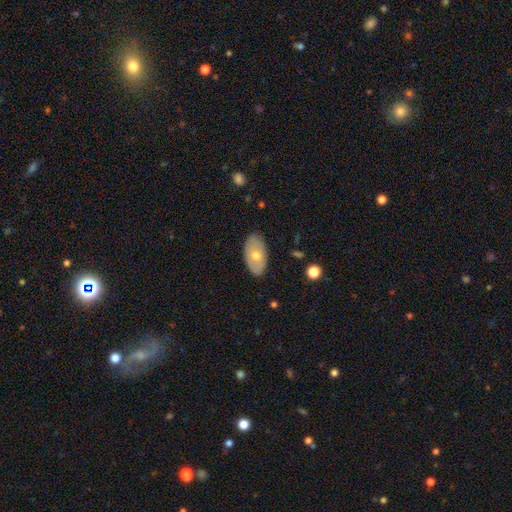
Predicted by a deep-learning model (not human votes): smooth_or_featured: smooth (p=0.59) [alt: featured or disk p=0.35]
how_rounded: in between (p=0.93) [alt: round p=0.05]
merging: none (p=0.84) [alt: minor disturbance p=0.12]